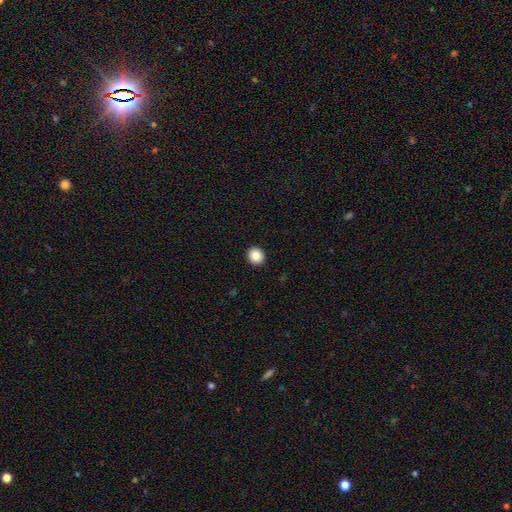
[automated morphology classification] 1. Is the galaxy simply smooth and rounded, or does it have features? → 86% smooth, 9% star or artifact, 5% featured or disk.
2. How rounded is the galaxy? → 88% round, 11% in between, 1% cigar-shaped.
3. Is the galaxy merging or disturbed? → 93% none, 4% minor disturbance, 1% major disturbance, 1% merger.